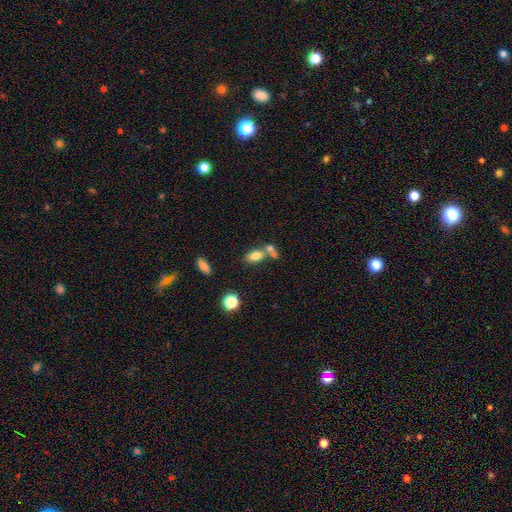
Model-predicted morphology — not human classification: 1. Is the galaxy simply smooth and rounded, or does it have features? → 78% smooth, 12% featured or disk, 10% star or artifact.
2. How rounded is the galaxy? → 85% in between, 10% round, 5% cigar-shaped.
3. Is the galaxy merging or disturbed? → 45% merger, 40% none, 10% minor disturbance, 5% major disturbance.